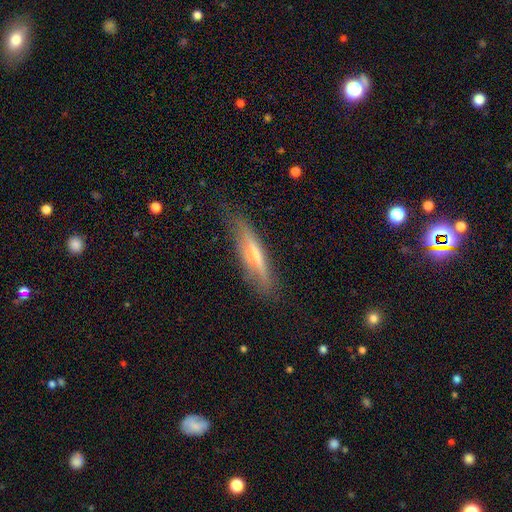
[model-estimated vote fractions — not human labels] featured or disk 49%, smooth 44%, star or artifact 7%. Down the decision tree: merging — none (74%).